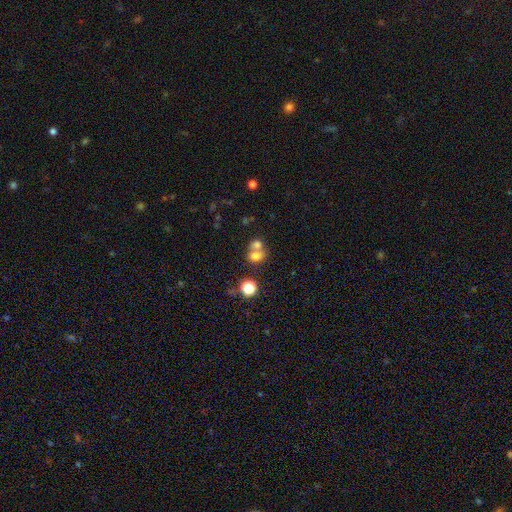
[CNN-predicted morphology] The model was most divided on "how rounded": round: 51%, in between: 48%, cigar-shaped: 1%. More confident: smooth or featured — smooth (70%); merging — merger (60%).